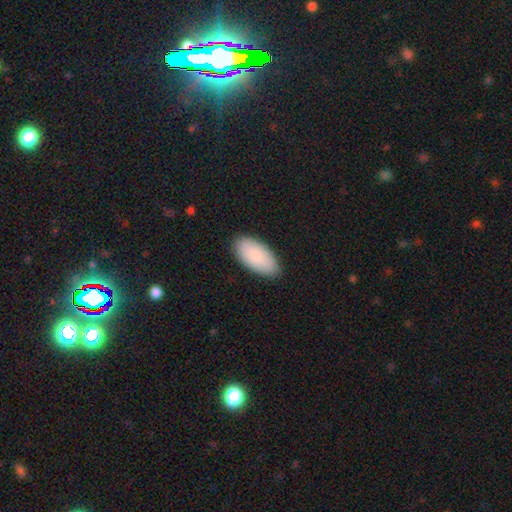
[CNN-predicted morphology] smooth 88%, featured or disk 6%, star or artifact 6%. Down the decision tree: how rounded — in between (95%); merging — none (87%).